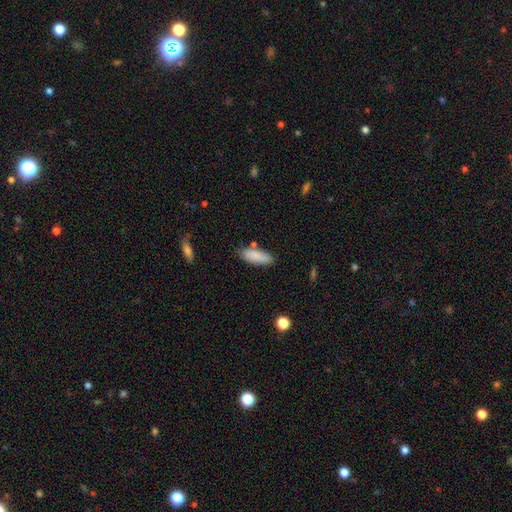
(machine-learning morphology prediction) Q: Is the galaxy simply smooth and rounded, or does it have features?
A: smooth — 86%.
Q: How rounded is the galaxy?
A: in between — 73%.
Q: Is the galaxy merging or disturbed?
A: none — 78%.